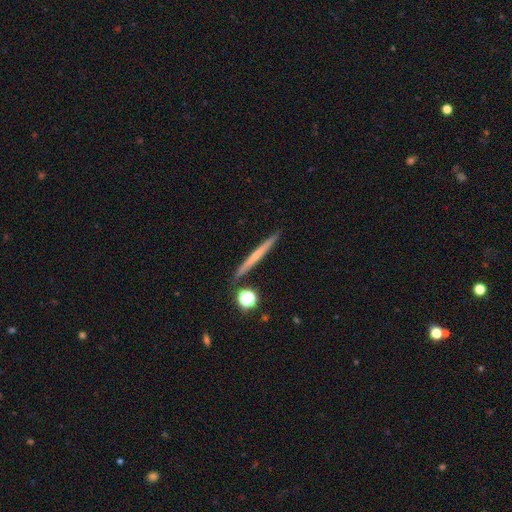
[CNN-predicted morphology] Overall: featured or disk (50%; smooth 42%). Edge-on disk: yes (97%). Merging: none (89%).